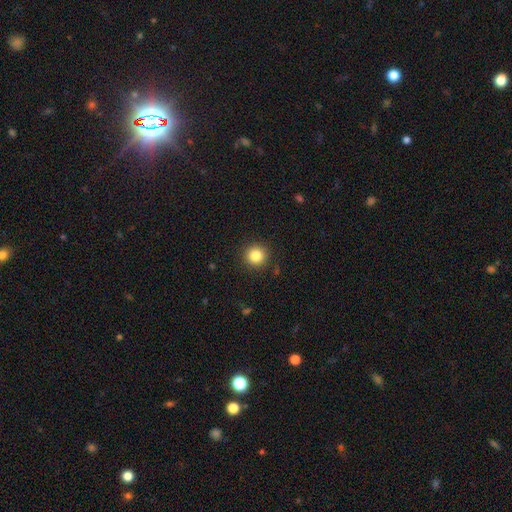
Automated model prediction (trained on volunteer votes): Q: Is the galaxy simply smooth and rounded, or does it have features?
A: smooth — 84%.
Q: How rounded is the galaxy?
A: round — 94%.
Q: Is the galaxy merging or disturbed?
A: none — 91%.